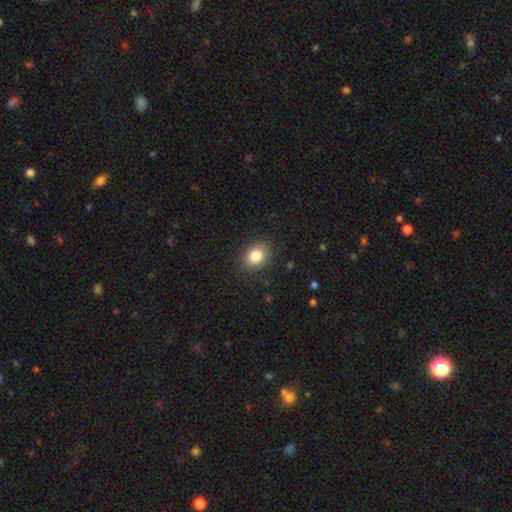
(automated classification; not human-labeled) Smooth or featured?
  - smooth: 84% *
  - star or artifact: 10%
  - featured or disk: 7%
How rounded?
  - round: 50% *
  - in between: 49%
  - cigar-shaped: 1%
Merging?
  - none: 87% *
  - minor disturbance: 9%
  - major disturbance: 3%
  - merger: 1%